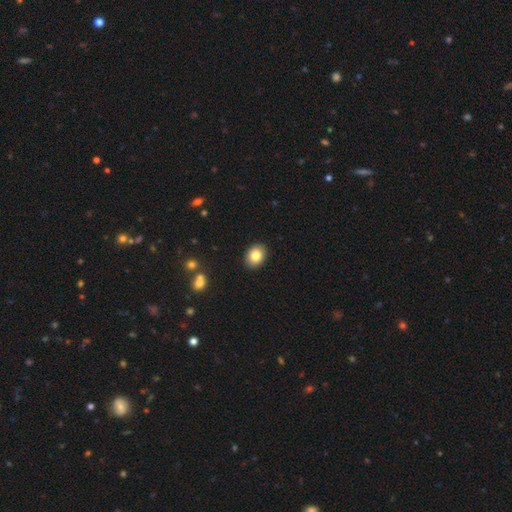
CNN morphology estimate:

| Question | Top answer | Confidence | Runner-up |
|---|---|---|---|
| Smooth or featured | smooth | 84% | featured or disk (8%) |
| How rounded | in between | 67% | round (32%) |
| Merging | none | 90% | minor disturbance (7%) |